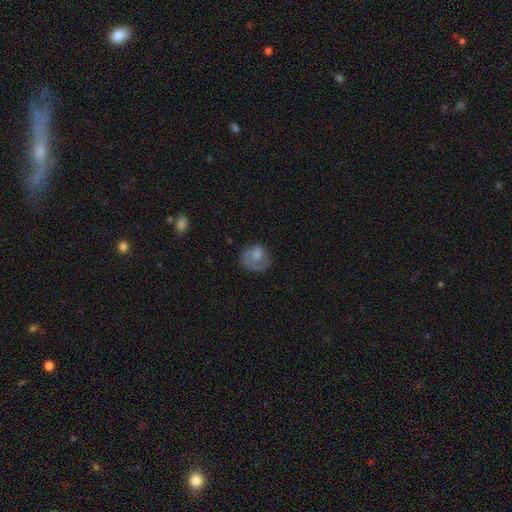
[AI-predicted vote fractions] Smooth or featured? Predicted: smooth (p=0.65). How rounded? Predicted: round (p=0.70). Merging? Predicted: none (p=0.50).